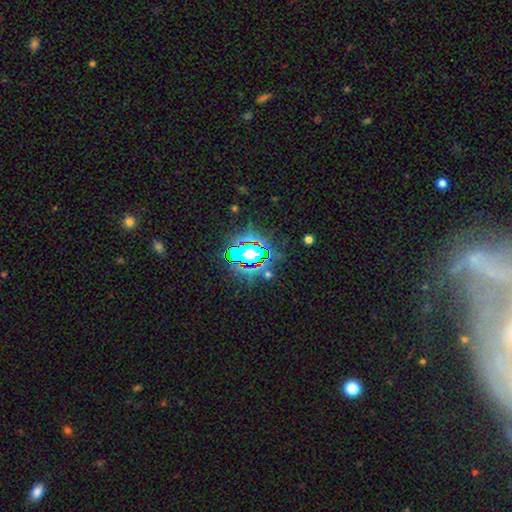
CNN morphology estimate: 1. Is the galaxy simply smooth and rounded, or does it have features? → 80% star or artifact, 12% smooth, 8% featured or disk.